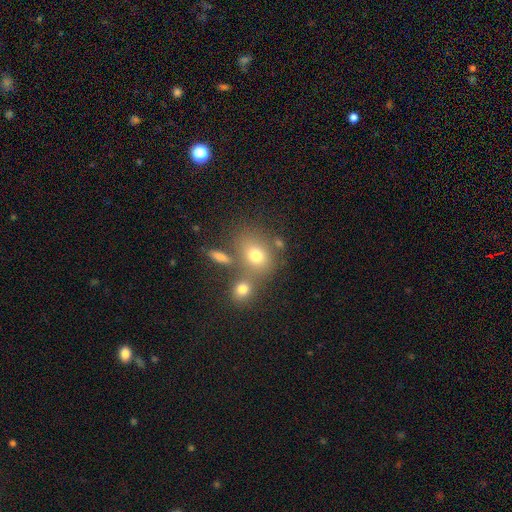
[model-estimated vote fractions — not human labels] smooth 72%, star or artifact 14%, featured or disk 14%. Down the decision tree: how rounded — round (54%); merging — none (52%).